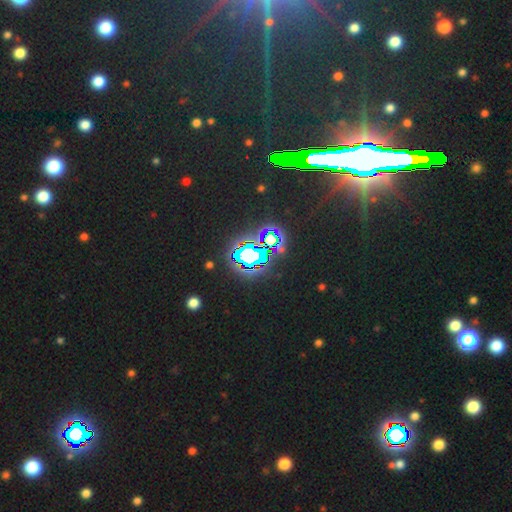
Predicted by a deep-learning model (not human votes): A star or artifact, not a galaxy (82%).